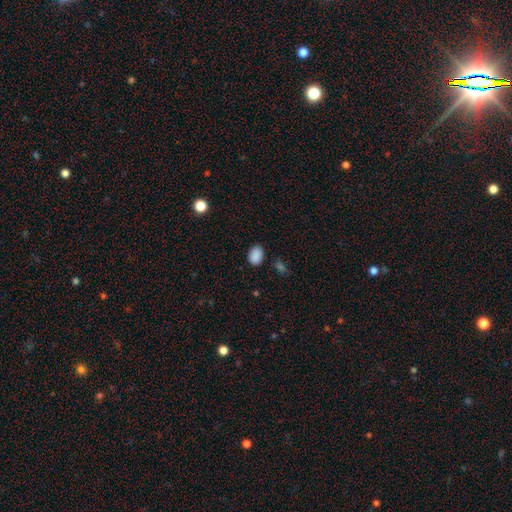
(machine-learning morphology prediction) This appears to be a smooth galaxy with no disk features (88%) that is in between round and cigar-shaped (78%). Merging: none (84%).